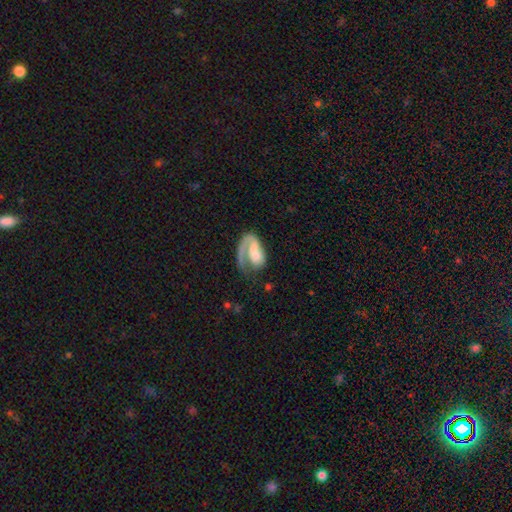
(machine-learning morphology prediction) A featured or disk galaxy (72%) with no bar (59%), 1 (83%) tight (37%) spiral arms (87%) and a small central bulge (40%). Merging: none (38%).